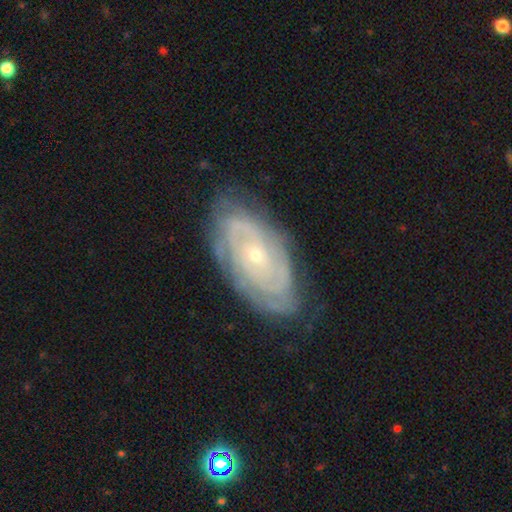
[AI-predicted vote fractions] The model was most divided on "spiral arm count": can't tell: 42%, 2: 22%, 3: 14%, 4: 11%, more than 4: 6%, 1: 5%. More confident: edge-on disk — no (95%); spiral arms — yes (93%); smooth or featured — featured or disk (84%); spiral winding — tight (78%); bar — no (77%); bulge size — small (76%); merging — none (75%).